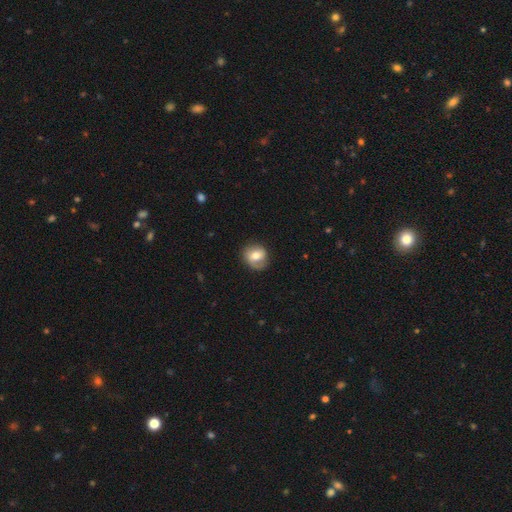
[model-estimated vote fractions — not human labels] smooth_or_featured: smooth (p=0.59) [alt: featured or disk p=0.34]
how_rounded: round (p=0.75) [alt: in between p=0.24]
merging: none (p=0.71) [alt: minor disturbance p=0.21]